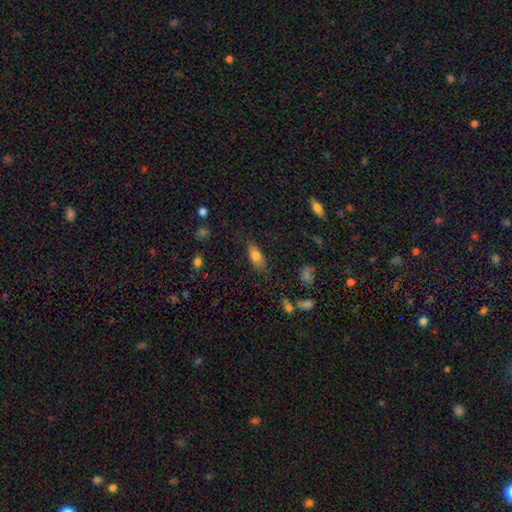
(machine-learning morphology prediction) Smooth or featured? smooth (75%)
How rounded? in between (78%)
Merging? none (75%)